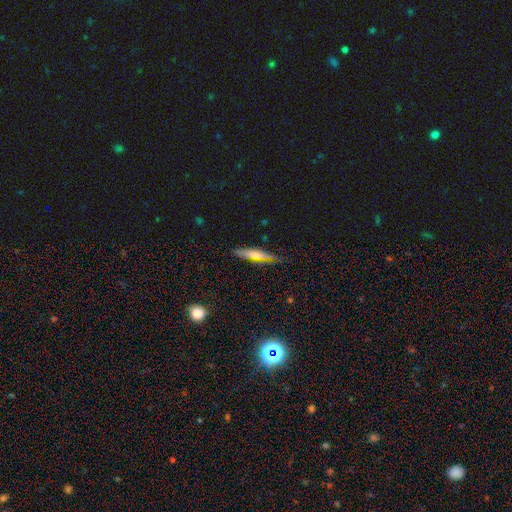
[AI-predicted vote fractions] smooth-or-featured: smooth: 47% | featured or disk: 41% | star or artifact: 12%
  merging: none: 82% | minor disturbance: 14% | major disturbance: 3% | merger: 1%